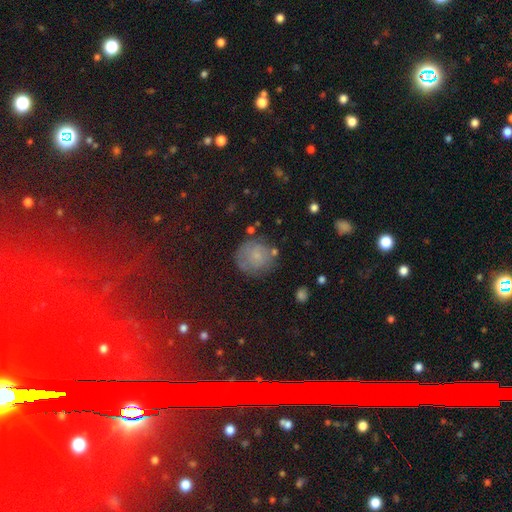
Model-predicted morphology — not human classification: This appears to be a smooth galaxy with no disk features (60%) that is round (86%). Merging: none (63%).